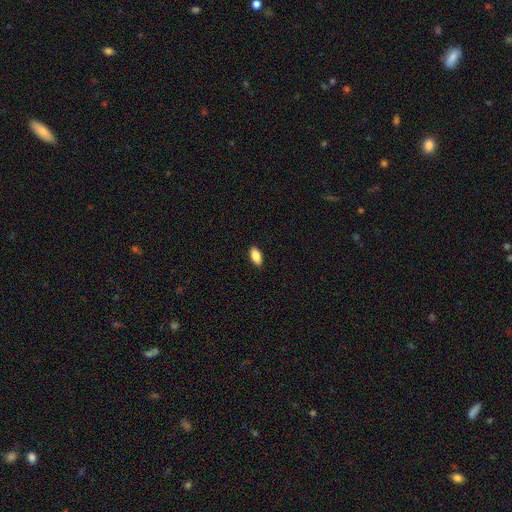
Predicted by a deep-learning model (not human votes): Smooth or featured: smooth — 86% (featured or disk — 7%)
How rounded: in between — 90% (cigar-shaped — 7%)
Merging: none — 88% (minor disturbance — 9%)